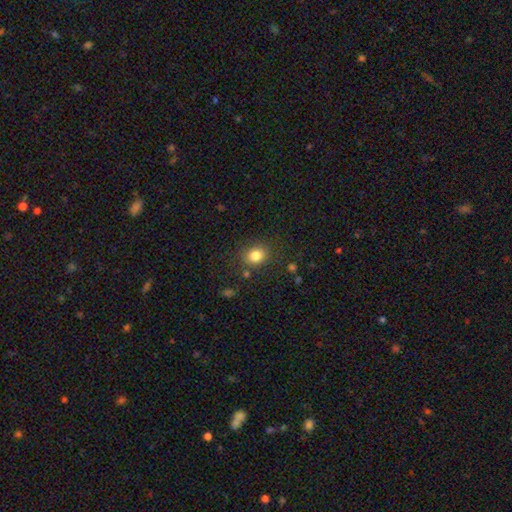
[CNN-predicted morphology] Overall: smooth (83%). How rounded: round (59%; in between 40%). Merging: none (82%).